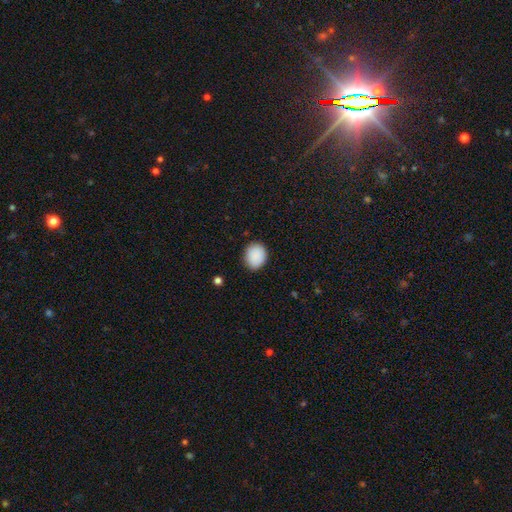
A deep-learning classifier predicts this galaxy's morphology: The model was most divided on "how rounded": round: 60%, in between: 40%, cigar-shaped: 1%. More confident: smooth or featured — smooth (90%); merging — none (85%).